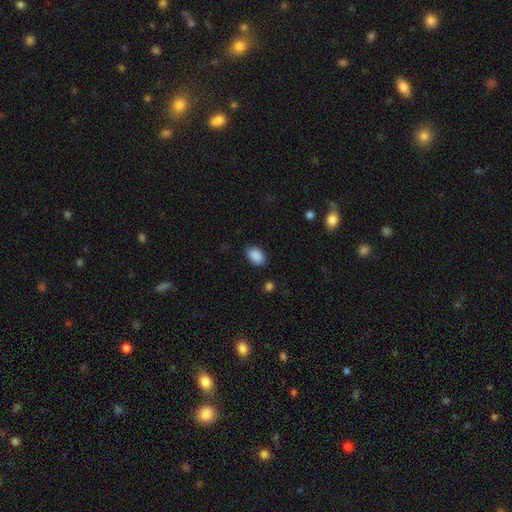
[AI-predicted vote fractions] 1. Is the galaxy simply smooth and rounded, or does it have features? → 90% smooth, 7% star or artifact, 3% featured or disk.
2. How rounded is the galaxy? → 90% in between, 9% round, 1% cigar-shaped.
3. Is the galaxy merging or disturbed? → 87% none, 10% minor disturbance, 3% major disturbance, 1% merger.